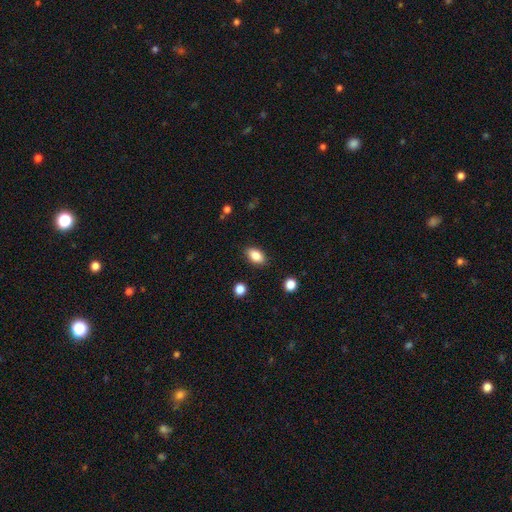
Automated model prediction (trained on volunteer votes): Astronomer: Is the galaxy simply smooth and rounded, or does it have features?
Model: smooth — 85%.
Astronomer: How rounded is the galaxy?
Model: in between — 89%.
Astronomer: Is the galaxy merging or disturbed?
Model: none — 87%.